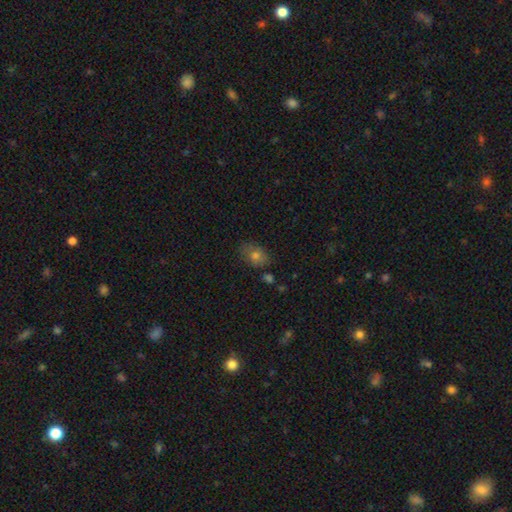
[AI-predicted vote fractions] This appears to be a smooth galaxy with no disk features (72%) that is in between round and cigar-shaped (70%). Merging: none (74%).